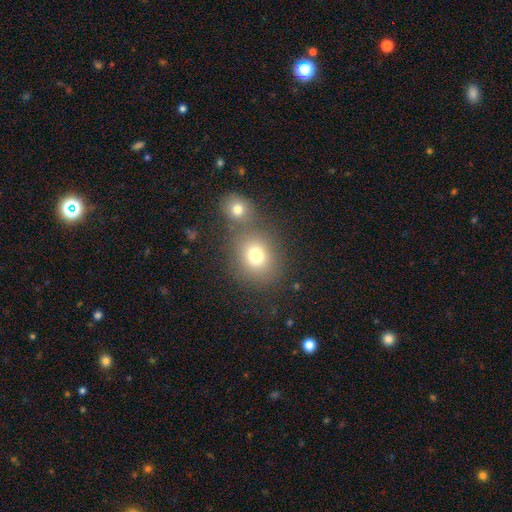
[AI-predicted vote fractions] smooth-or-featured: smooth: 76% | star or artifact: 14% | featured or disk: 10%
  how-rounded: round: 71% | in between: 28% | cigar-shaped: 1%
  merging: none: 58% | merger: 29% | minor disturbance: 9% | major disturbance: 4%